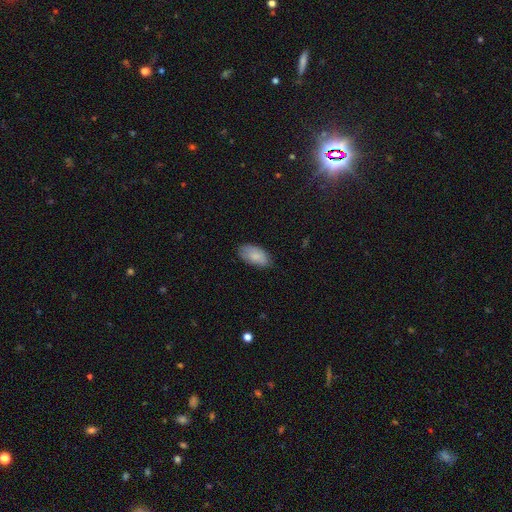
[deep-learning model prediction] smooth-or-featured: smooth: 82% | featured or disk: 12% | star or artifact: 6%
  how-rounded: in between: 94% | cigar-shaped: 3% | round: 3%
  merging: none: 78% | minor disturbance: 18% | major disturbance: 3% | merger: 1%